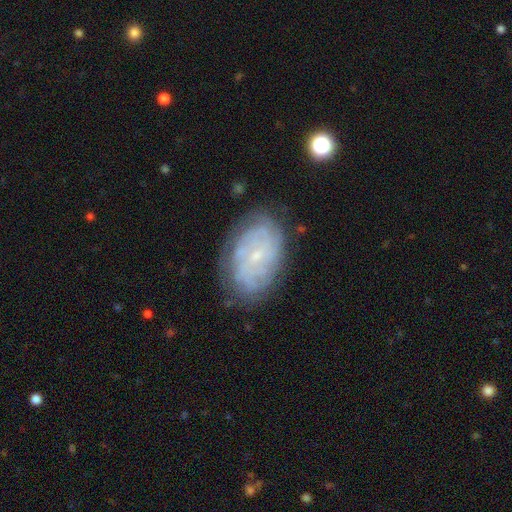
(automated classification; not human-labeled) Overall: featured or disk (74%). Edge-on disk: no (96%). Bar: no (69%). Spiral arms: yes (87%). Spiral arm count: can't tell (54%). Spiral winding: tight (71%). Bulge size: small (80%). Merging: none (75%).